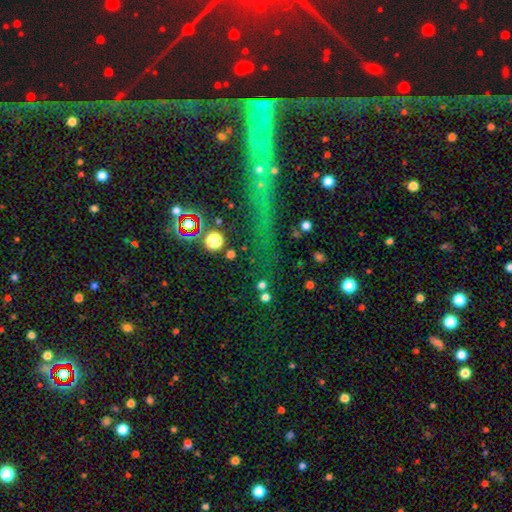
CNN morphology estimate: The model was most divided on "smooth or featured": star or artifact: 77%, featured or disk: 12%, smooth: 11%.